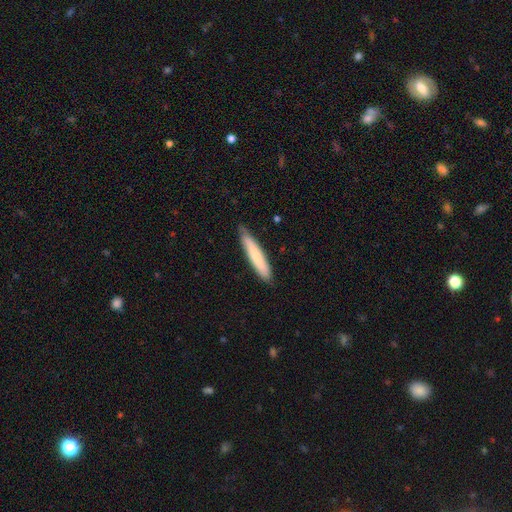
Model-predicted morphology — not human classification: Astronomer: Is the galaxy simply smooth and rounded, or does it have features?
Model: smooth — 72%.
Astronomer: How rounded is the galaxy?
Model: cigar-shaped — 92%.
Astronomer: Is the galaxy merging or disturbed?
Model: none — 83%.